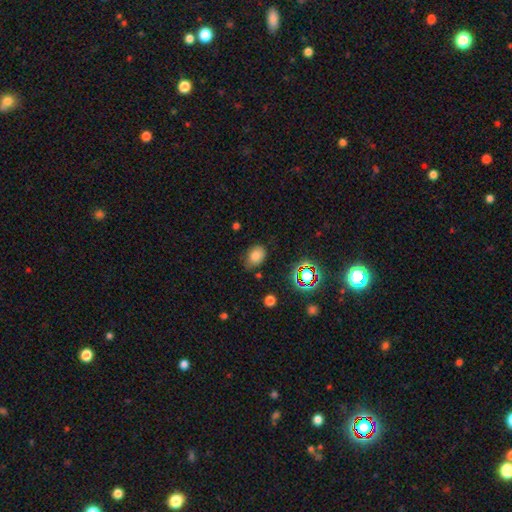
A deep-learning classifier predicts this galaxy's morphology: smooth_or_featured: smooth (p=0.75) [alt: star or artifact p=0.16]
how_rounded: in between (p=0.67) [alt: round p=0.32]
merging: none (p=0.66) [alt: minor disturbance p=0.26]